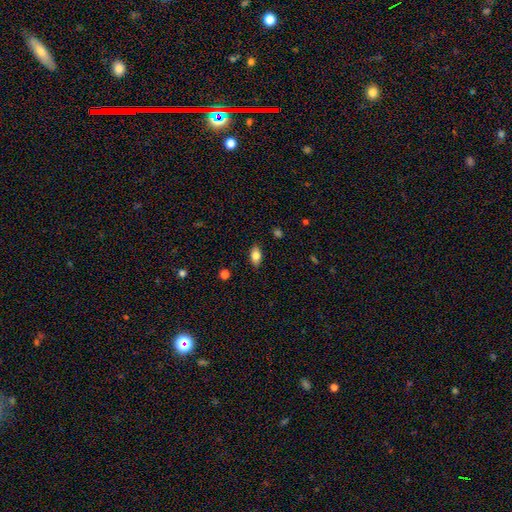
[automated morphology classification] This is clearly a smooth galaxy (81%). How rounded: clearly in between (89%). Merging: clearly none (87%).